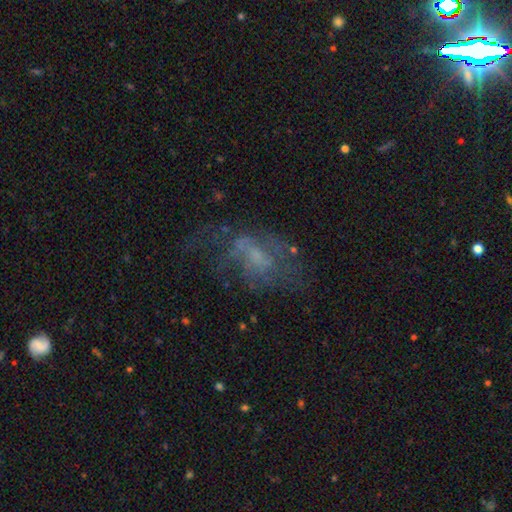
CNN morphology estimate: Overall: featured or disk (57%; smooth 25%). Edge-on disk: no (96%). Bar: no (62%; weak 32%). Spiral arms: no (51%; yes 49%). Bulge size: small (41%; none 33%). Merging: none (44%; major disturbance 33%).